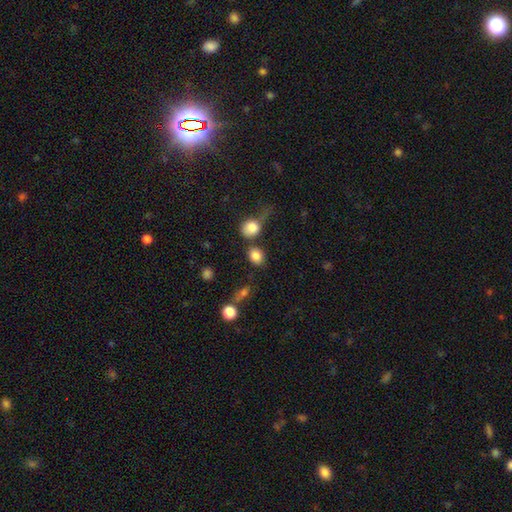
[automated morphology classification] smooth_or_featured: smooth (p=0.84) [alt: star or artifact p=0.10]
how_rounded: round (p=0.52) [alt: in between p=0.47]
merging: none (p=0.66) [alt: merger p=0.15]